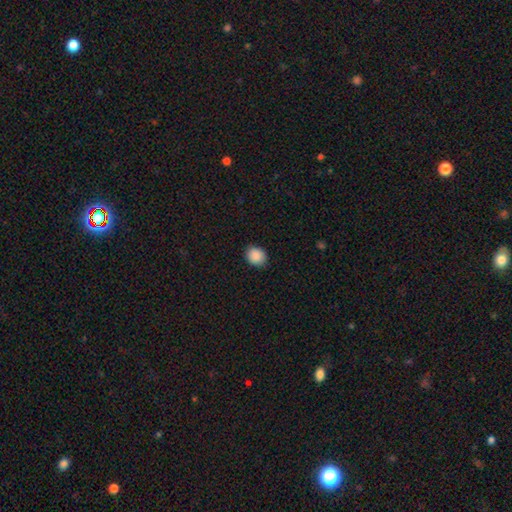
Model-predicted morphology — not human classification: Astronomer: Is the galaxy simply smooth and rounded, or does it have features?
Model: smooth — 90%.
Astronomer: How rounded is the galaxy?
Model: round — 64%.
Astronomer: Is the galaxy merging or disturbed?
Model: none — 89%.